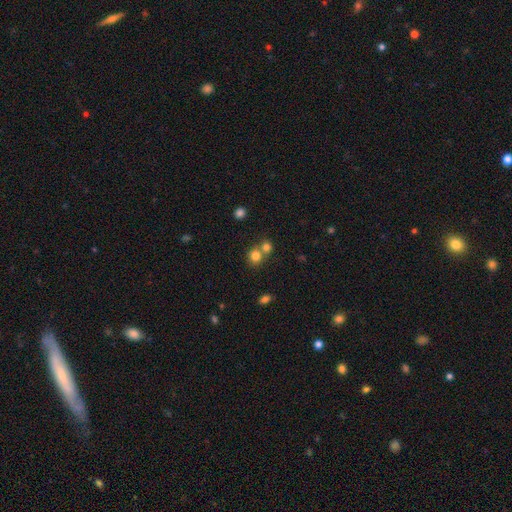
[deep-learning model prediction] Smooth or featured? smooth (79%)
How rounded? round (86%)
Merging? none (50%)